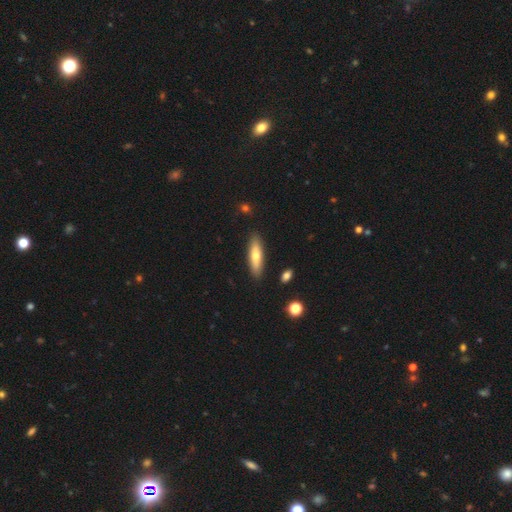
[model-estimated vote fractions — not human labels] A smooth galaxy with no disk features (62%) that is cigar-shaped (61%). Merging: none (88%).